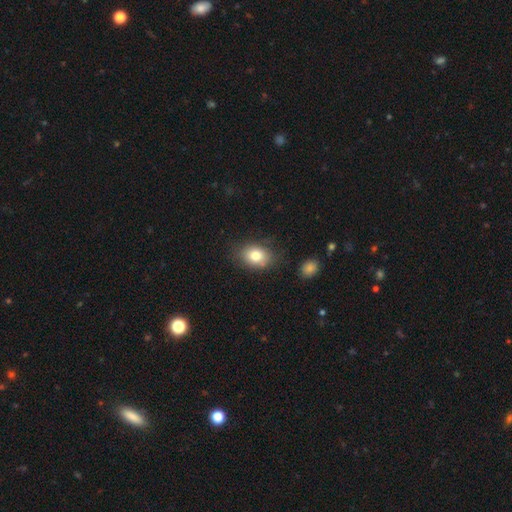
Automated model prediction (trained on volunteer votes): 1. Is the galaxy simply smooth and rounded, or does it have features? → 80% smooth, 11% featured or disk, 9% star or artifact.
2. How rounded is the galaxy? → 69% in between, 29% round, 1% cigar-shaped.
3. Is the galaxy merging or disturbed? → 76% none, 16% minor disturbance, 5% major disturbance, 3% merger.